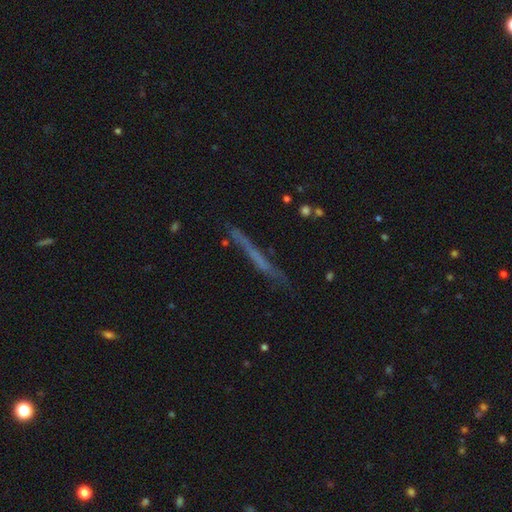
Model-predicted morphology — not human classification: This is possibly a featured or disk galaxy (51%). It is clearly viewed edge-on (90%). Merging: likely none (77%).